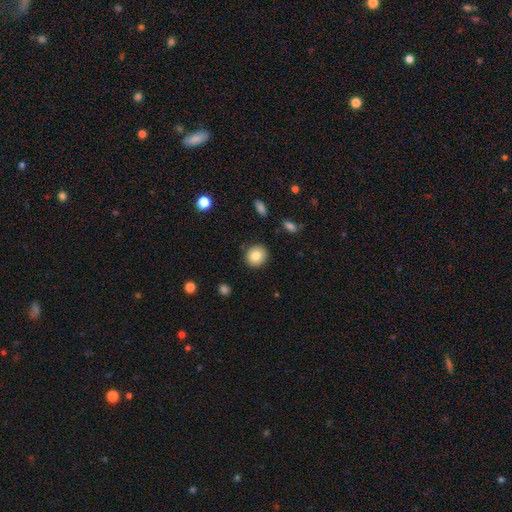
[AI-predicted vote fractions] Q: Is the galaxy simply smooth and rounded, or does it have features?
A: smooth — 82%.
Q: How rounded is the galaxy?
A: round — 85%.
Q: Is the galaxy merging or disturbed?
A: none — 89%.